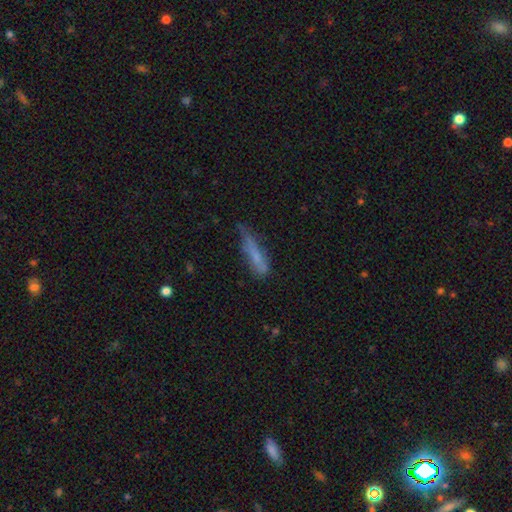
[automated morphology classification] Smooth or featured?
  - smooth: 60% *
  - featured or disk: 31%
  - star or artifact: 9%
How rounded?
  - cigar-shaped: 82% *
  - in between: 17%
  - round: 2%
Merging?
  - none: 42% *
  - minor disturbance: 36%
  - major disturbance: 17%
  - merger: 5%